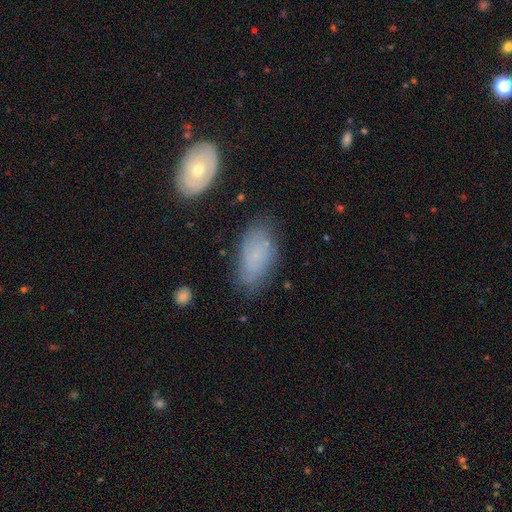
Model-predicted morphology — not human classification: type=smooth (59%); roundness=in between (92%); merging=none (67%).